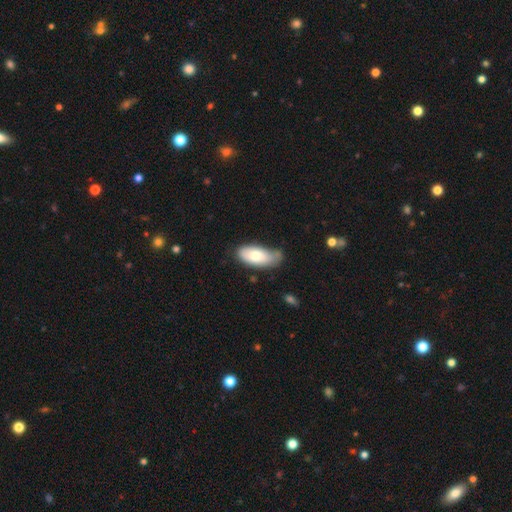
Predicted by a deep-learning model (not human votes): Morphology: type=smooth (73%); roundness=in between (90%); merging=none (53%).